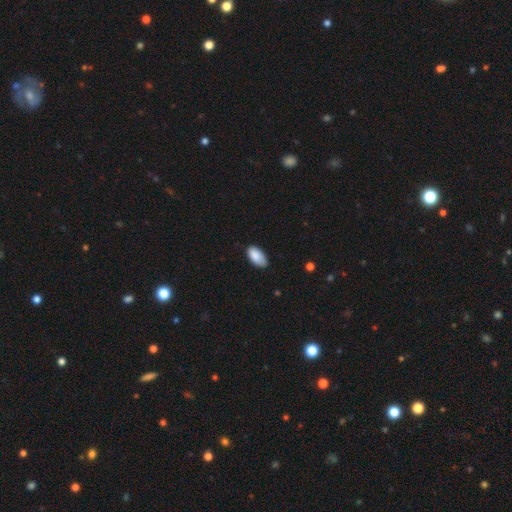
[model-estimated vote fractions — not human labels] A smooth galaxy with no disk features (88%) that is in between round and cigar-shaped (95%). Merging: none (75%).